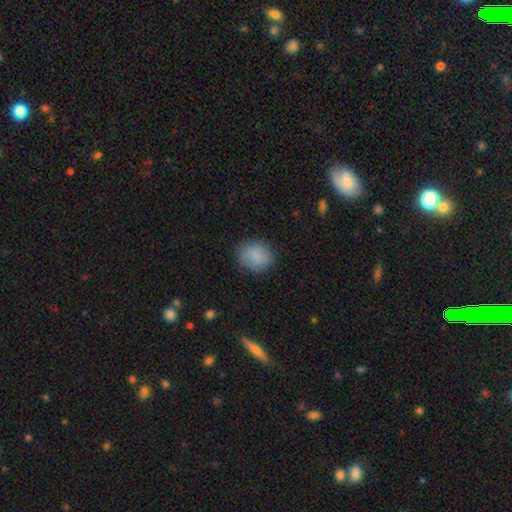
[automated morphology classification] Q: Smooth or featured?
A: smooth (85%); runner-up: star or artifact (8%)
Q: How rounded?
A: round (71%); runner-up: in between (28%)
Q: Merging?
A: none (82%); runner-up: minor disturbance (13%)